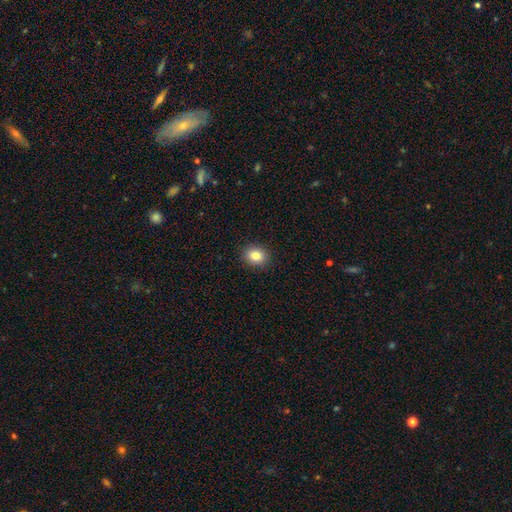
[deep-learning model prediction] A smooth galaxy with no disk features (82%) that is round (60%).

Vote fractions:
- Smooth or featured? smooth: 82% / star or artifact: 10% / featured or disk: 8%
- How rounded? round: 60% / in between: 39% / cigar-shaped: 1%
- Merging? none: 91% / minor disturbance: 7% / major disturbance: 2% / merger: 1%